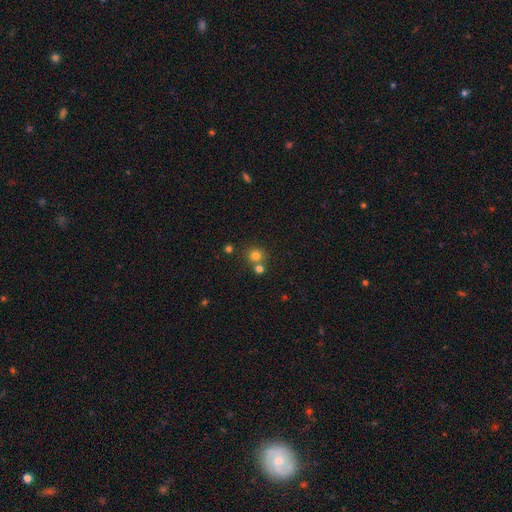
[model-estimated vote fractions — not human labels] Smooth or featured? Predicted: smooth (p=0.76). How rounded? Predicted: round (p=0.90). Merging? Predicted: none (p=0.65).